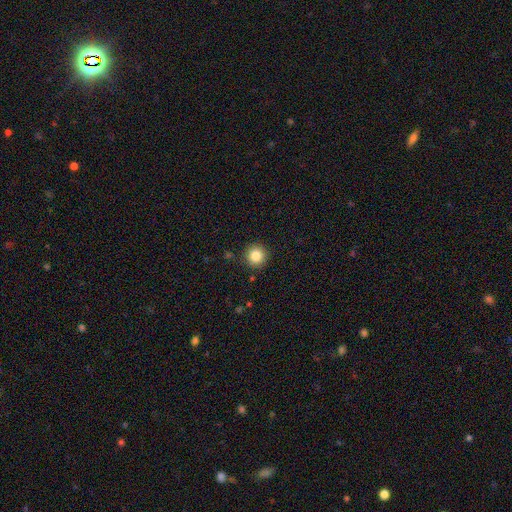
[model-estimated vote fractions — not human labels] smooth-or-featured: smooth: 84% | star or artifact: 10% | featured or disk: 5%
  how-rounded: round: 94% | in between: 5% | cigar-shaped: 1%
  merging: none: 91% | minor disturbance: 6% | major disturbance: 2% | merger: 1%